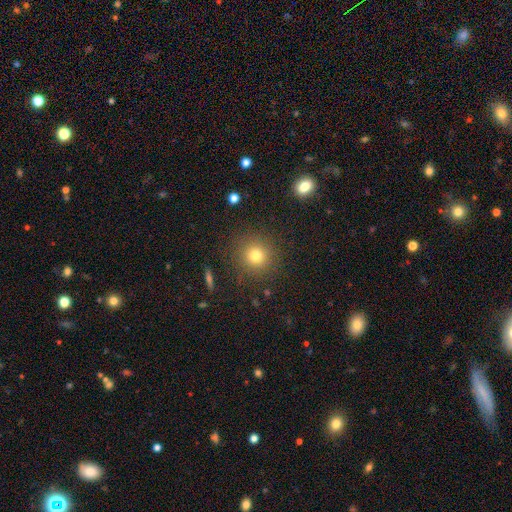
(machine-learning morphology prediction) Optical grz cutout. It shows a smooth galaxy with no disk features (77%) that is round (93%). Merging: none (88%).